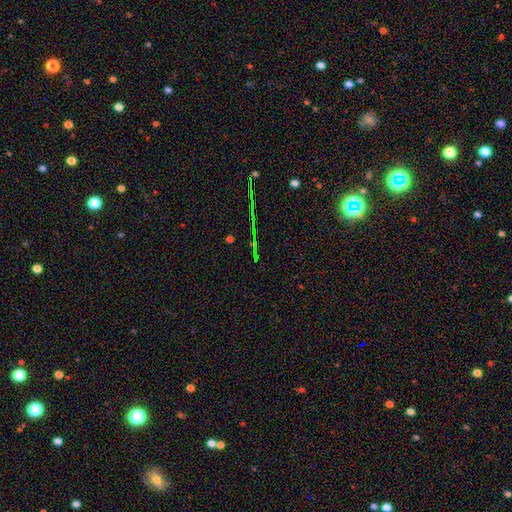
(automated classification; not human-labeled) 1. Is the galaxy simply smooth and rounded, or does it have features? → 77% star or artifact, 13% featured or disk, 11% smooth.